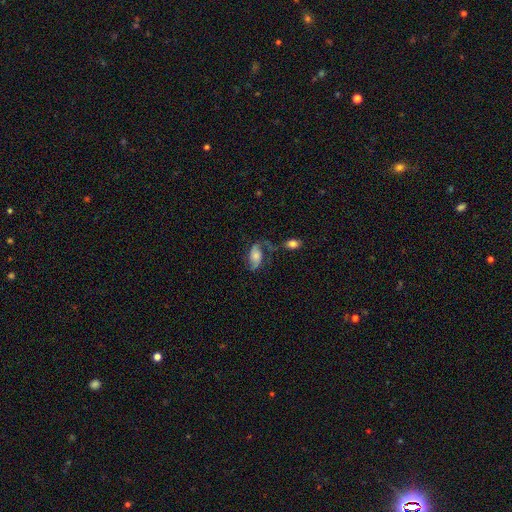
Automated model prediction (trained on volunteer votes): Morphology: type=featured or disk (66%); edge-on=no (96%); bar=no (64%); spiral arms=yes (91%); winding=loose (53%); arm count=2 (84%); bulge=moderate (34%); merging=none (43%).